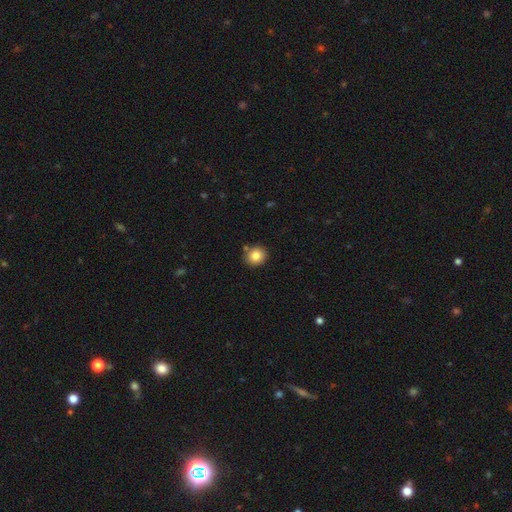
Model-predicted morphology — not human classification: Smooth or featured? smooth (84%)
How rounded? round (85%)
Merging? none (83%)